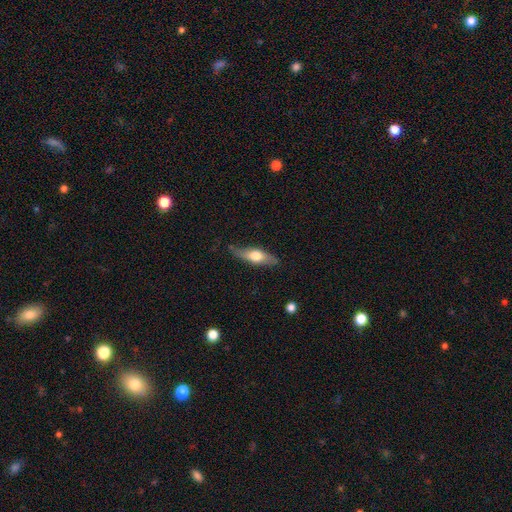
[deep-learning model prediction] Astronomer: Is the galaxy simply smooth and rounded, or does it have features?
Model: smooth — 52% (runner-up: featured or disk, 42%).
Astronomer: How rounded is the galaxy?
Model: cigar-shaped — 50% (runner-up: in between, 46%).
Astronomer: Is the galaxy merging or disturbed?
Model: none — 79%.